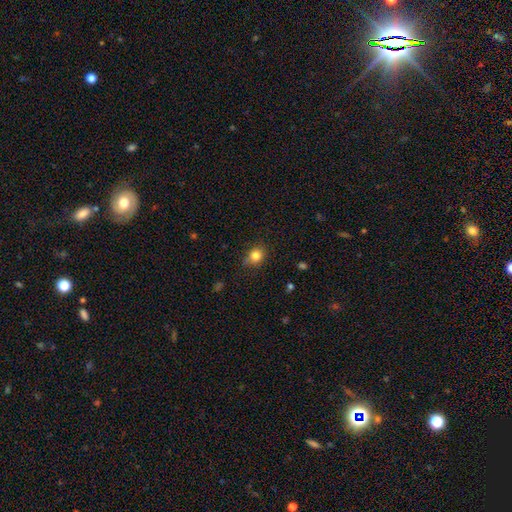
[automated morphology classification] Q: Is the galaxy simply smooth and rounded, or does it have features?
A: smooth — 82%.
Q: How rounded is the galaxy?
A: round — 70%.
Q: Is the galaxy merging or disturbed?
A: none — 76%.